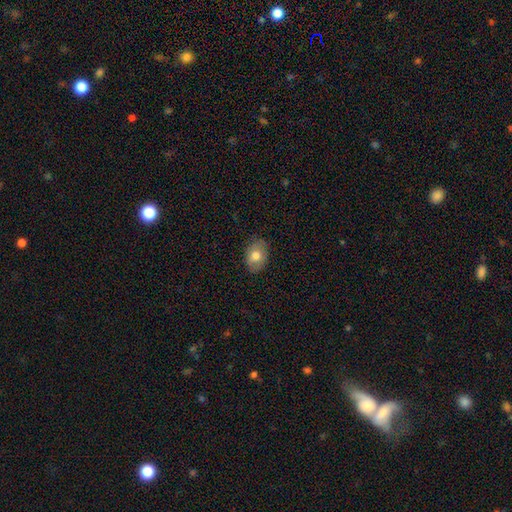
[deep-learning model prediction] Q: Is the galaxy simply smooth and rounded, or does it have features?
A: smooth — 77%.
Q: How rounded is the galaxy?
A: in between — 79%.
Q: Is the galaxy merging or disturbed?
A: none — 85%.